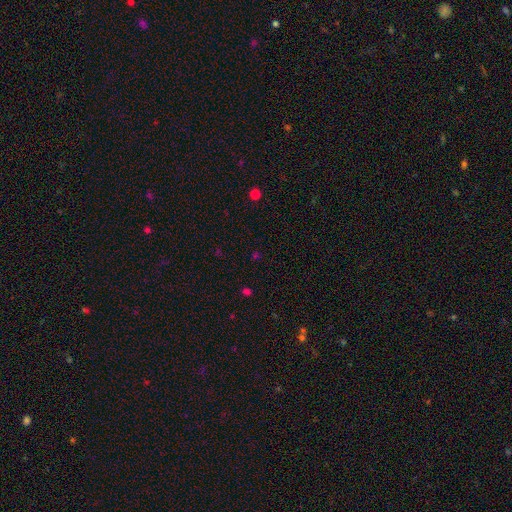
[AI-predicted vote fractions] The model was most divided on "smooth or featured": star or artifact: 55%, smooth: 38%, featured or disk: 7%.